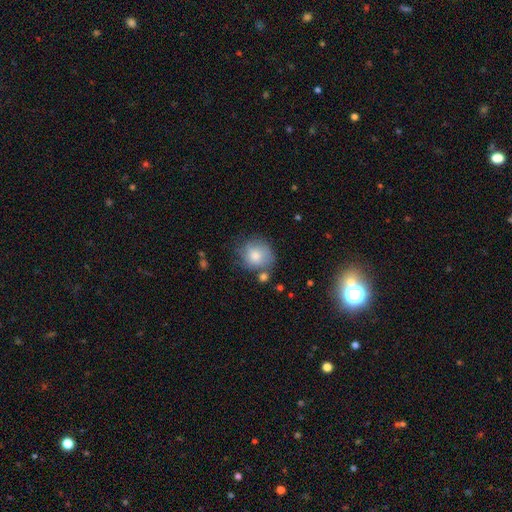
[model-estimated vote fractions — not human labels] Smooth or featured: smooth — 74% (featured or disk — 18%)
How rounded: round — 80% (in between — 19%)
Merging: none — 59% (minor disturbance — 24%)